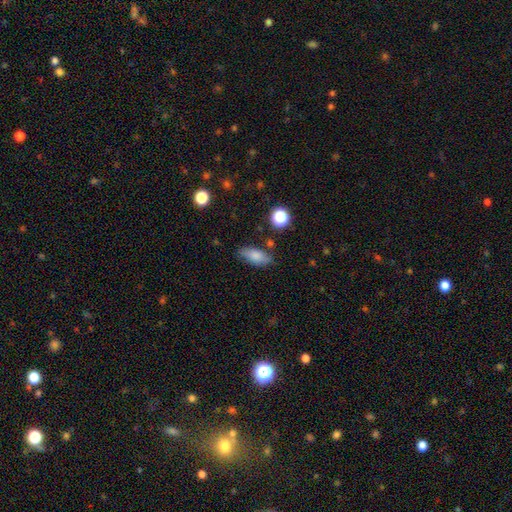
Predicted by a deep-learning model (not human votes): A smooth galaxy with no disk features (80%) that is in between round and cigar-shaped (80%). Merging: none (74%).